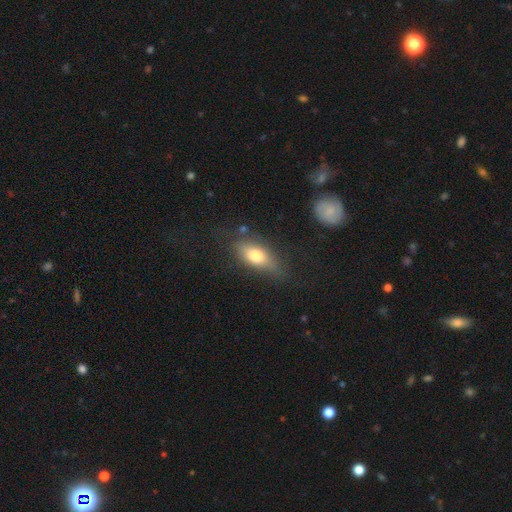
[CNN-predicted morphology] Smooth or featured?
  - smooth: 69% *
  - featured or disk: 23%
  - star or artifact: 8%
How rounded?
  - in between: 77% *
  - cigar-shaped: 17%
  - round: 6%
Merging?
  - none: 70% *
  - minor disturbance: 20%
  - major disturbance: 7%
  - merger: 3%